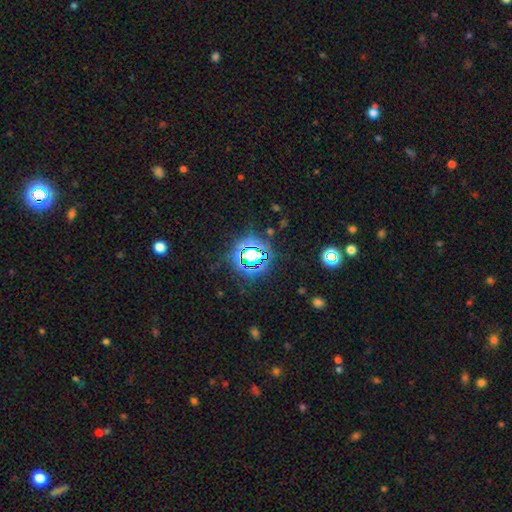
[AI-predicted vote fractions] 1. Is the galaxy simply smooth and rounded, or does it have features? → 74% star or artifact, 16% smooth, 10% featured or disk.